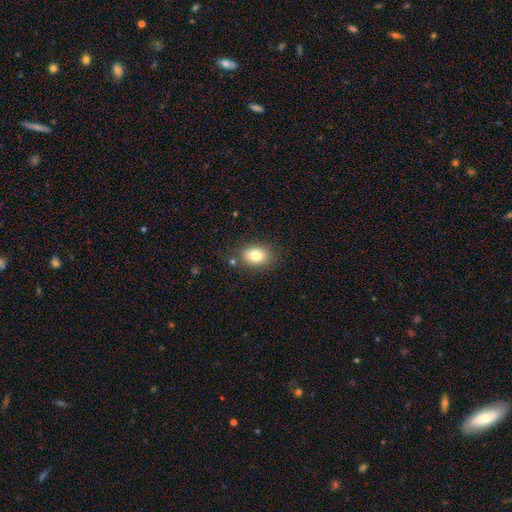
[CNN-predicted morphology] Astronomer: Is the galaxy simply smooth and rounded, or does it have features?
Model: smooth — 81%.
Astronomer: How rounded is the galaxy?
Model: in between — 71%.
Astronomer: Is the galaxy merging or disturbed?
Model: none — 80%.